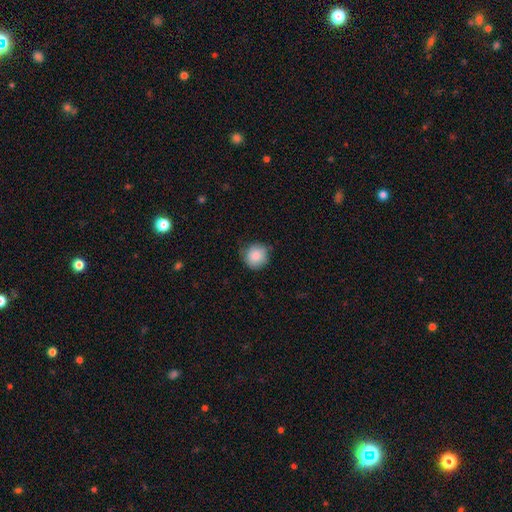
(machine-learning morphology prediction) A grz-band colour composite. It shows a smooth galaxy with no disk features (86%) that is round (93%). Merging: none (73%).